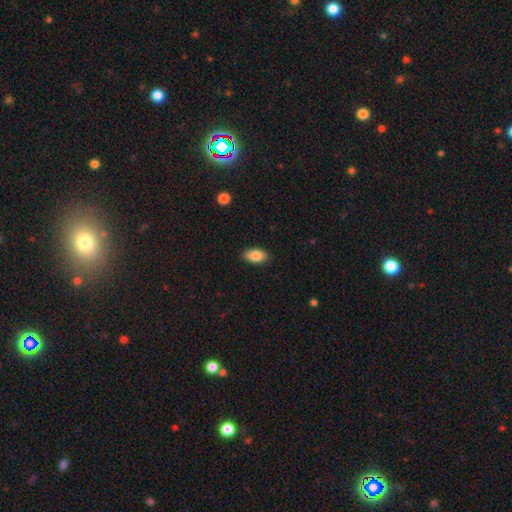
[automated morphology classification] Smooth or featured: smooth — 85% (featured or disk — 8%)
How rounded: in between — 92% (round — 5%)
Merging: none — 88% (minor disturbance — 9%)